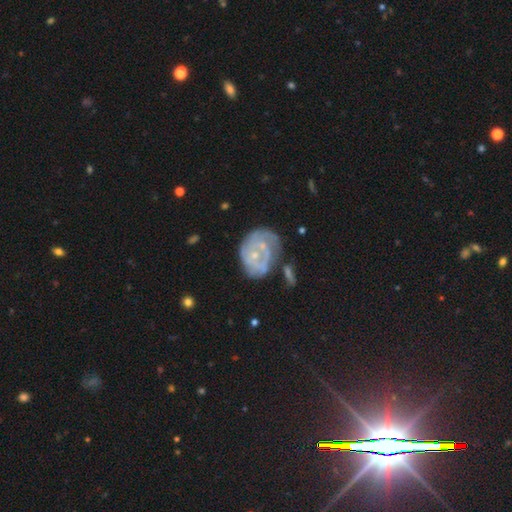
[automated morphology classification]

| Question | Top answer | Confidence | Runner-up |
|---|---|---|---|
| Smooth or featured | featured or disk | 79% | smooth (14%) |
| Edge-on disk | no | 98% | yes (2%) |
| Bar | no | 73% | weak (22%) |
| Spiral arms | yes | 86% | no (14%) |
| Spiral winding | tight | 62% | medium (28%) |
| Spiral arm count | can't tell | 35% | 2 (31%) |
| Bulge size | small | 74% | moderate (21%) |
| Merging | none | 48% | minor disturbance (26%) |